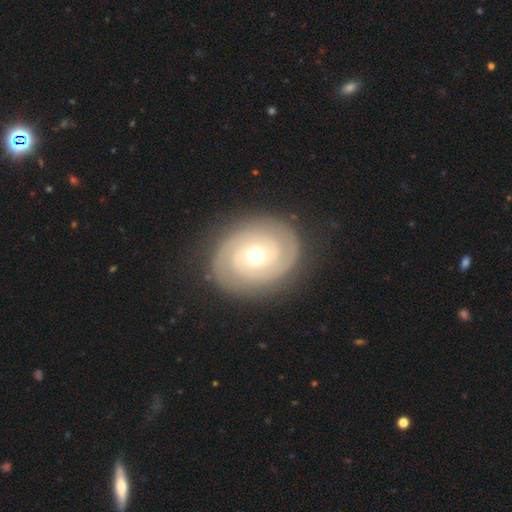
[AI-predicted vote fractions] featured or disk 87%, smooth 8%, star or artifact 5%. Down the decision tree: edge-on disk — no (98%); bar — no (77%); spiral arms — yes (96%); spiral arm count — 2 (77%); spiral winding — tight (80%); bulge size — moderate (54%); merging — none (87%).